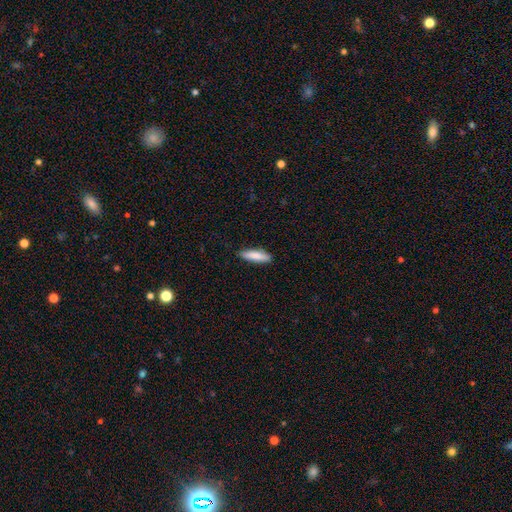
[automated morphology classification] A smooth galaxy with no disk features (85%) that is cigar-shaped (63%). Merging: none (85%).